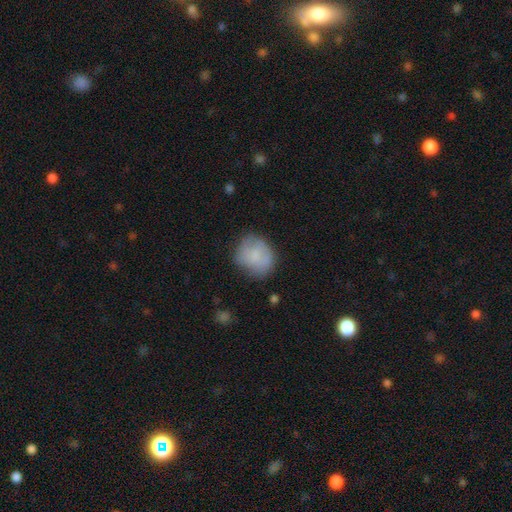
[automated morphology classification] Smooth or featured? smooth (72%)
How rounded? round (70%)
Merging? none (61%)